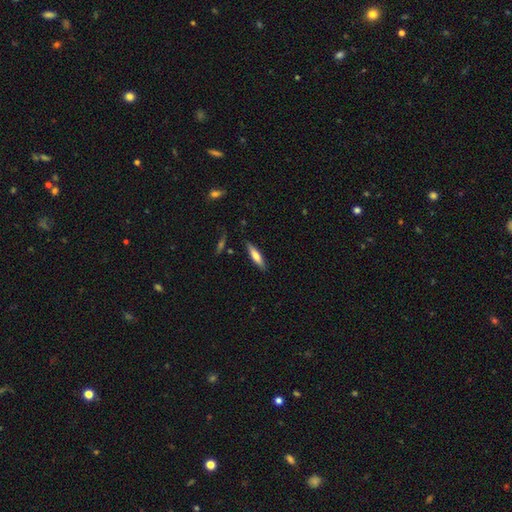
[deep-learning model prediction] smooth-or-featured: smooth: 64% | featured or disk: 29% | star or artifact: 6%
  how-rounded: cigar-shaped: 80% | in between: 18% | round: 2%
  merging: none: 87% | minor disturbance: 9% | major disturbance: 2% | merger: 2%